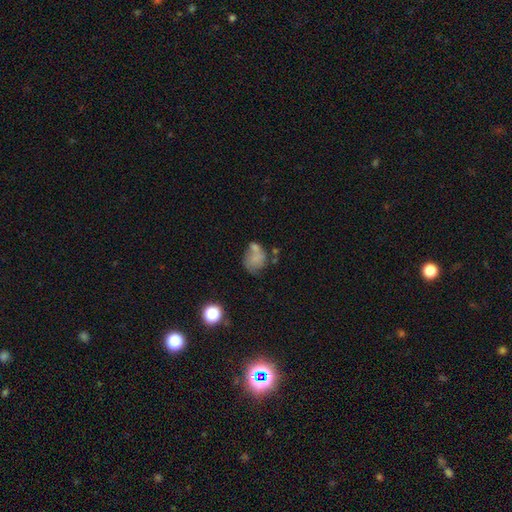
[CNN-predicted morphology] This appears to be a smooth galaxy with no disk features (57%) that is round (50%). Merging: none (36%).